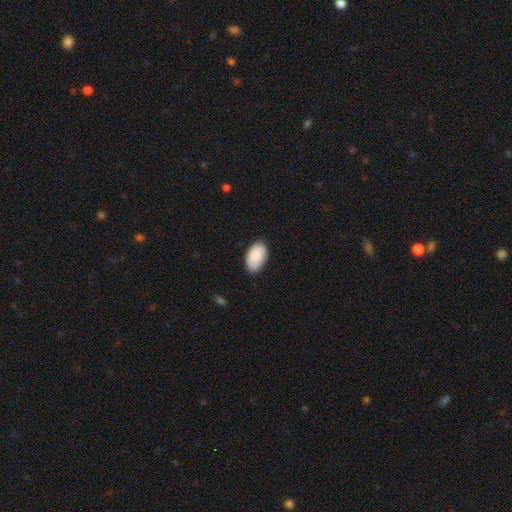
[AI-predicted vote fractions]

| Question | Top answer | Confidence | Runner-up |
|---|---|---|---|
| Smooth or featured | smooth | 88% | featured or disk (6%) |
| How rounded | in between | 95% | round (3%) |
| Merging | none | 79% | minor disturbance (18%) |